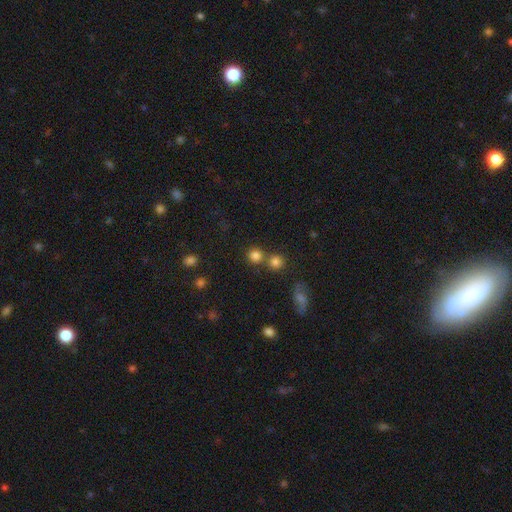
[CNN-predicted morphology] smooth 81%, star or artifact 14%, featured or disk 6%. Down the decision tree: how rounded — round (88%); merging — none (64%).